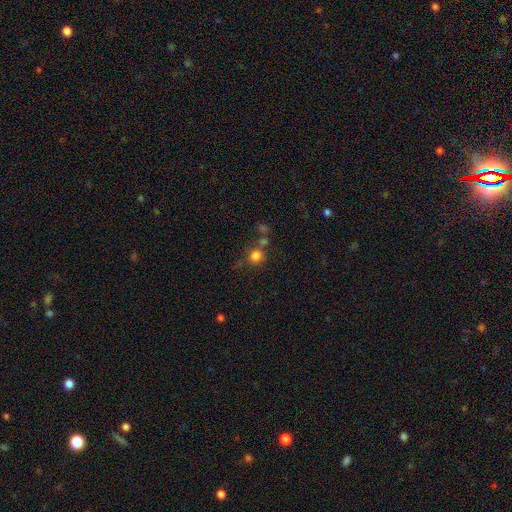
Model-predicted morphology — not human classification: Smooth or featured: smooth — 79% (star or artifact — 14%)
How rounded: round — 88% (in between — 11%)
Merging: none — 67% (merger — 17%)